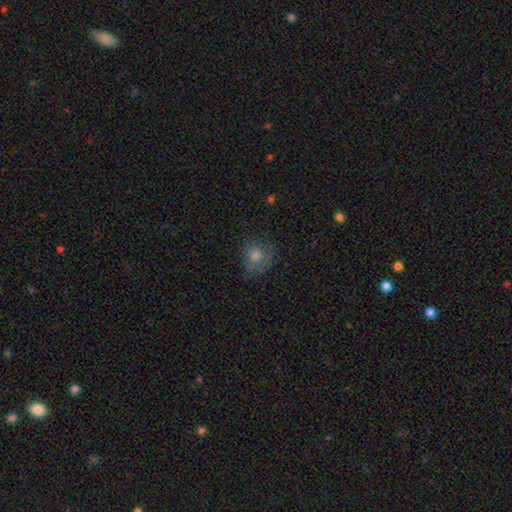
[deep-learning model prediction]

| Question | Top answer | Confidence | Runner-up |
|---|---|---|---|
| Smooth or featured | smooth | 65% | featured or disk (20%) |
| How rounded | round | 77% | in between (22%) |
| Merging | none | 64% | minor disturbance (22%) |